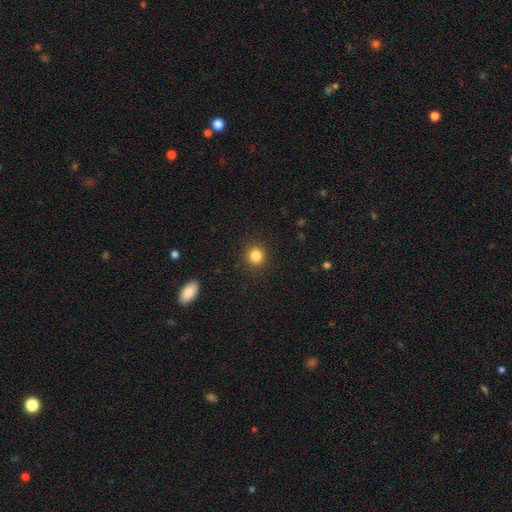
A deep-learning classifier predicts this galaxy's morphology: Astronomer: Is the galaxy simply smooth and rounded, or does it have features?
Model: smooth — 84%.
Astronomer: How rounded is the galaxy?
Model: round — 88%.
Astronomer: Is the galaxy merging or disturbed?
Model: none — 90%.